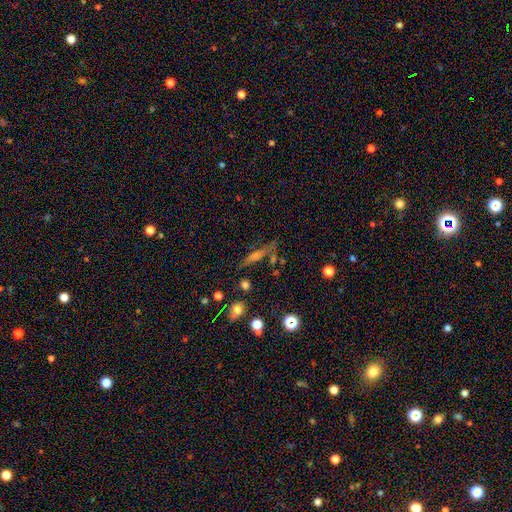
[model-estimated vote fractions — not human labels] The model was most divided on "smooth or featured": featured or disk: 40%, smooth: 37%, star or artifact: 23%. More confident: merging — none (68%).